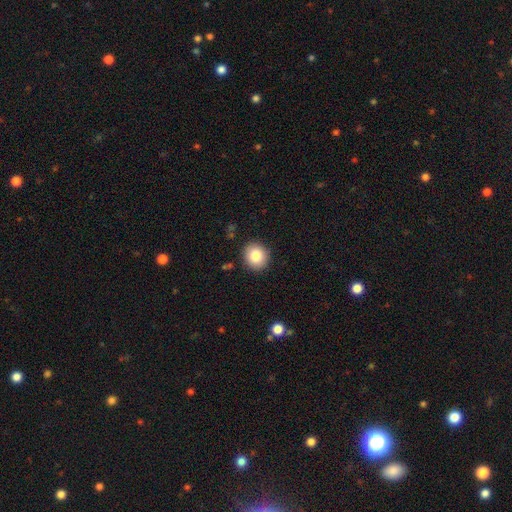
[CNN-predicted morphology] Q: Smooth or featured?
A: smooth (82%); runner-up: star or artifact (9%)
Q: How rounded?
A: round (88%); runner-up: in between (12%)
Q: Merging?
A: none (90%); runner-up: minor disturbance (6%)